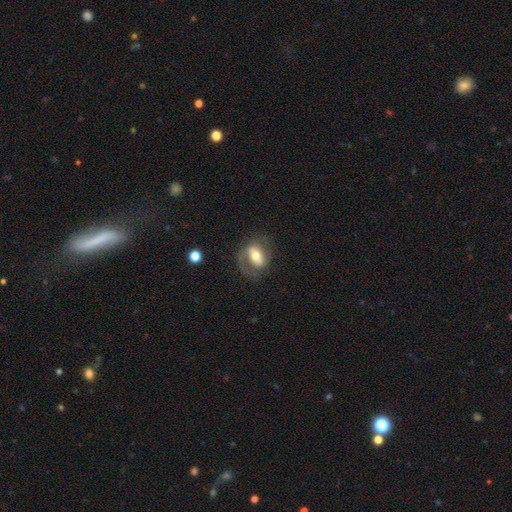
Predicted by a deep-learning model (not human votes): featured or disk 64%, smooth 30%, star or artifact 7%. Down the decision tree: edge-on disk — no (93%); bar — strong (44%); spiral arms — yes (72%); bulge size — moderate (69%); merging — none (62%).